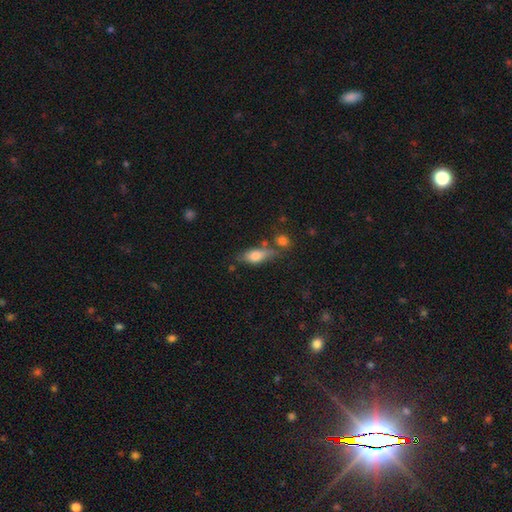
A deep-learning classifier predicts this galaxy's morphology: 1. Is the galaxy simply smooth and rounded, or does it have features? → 72% smooth, 20% featured or disk, 8% star or artifact.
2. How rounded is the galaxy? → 75% in between, 20% cigar-shaped, 4% round.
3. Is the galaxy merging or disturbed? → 57% none, 21% minor disturbance, 14% merger, 7% major disturbance.